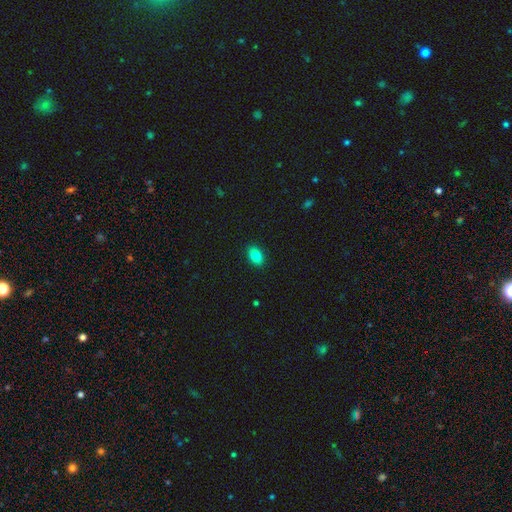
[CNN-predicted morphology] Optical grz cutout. It shows a smooth galaxy with no disk features (84%) that is in between round and cigar-shaped (86%). Merging: none (90%).